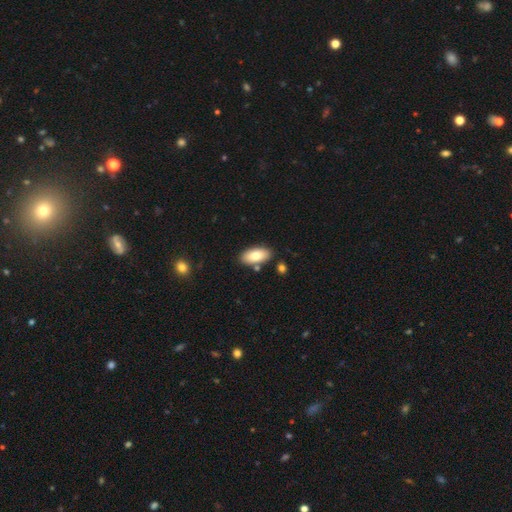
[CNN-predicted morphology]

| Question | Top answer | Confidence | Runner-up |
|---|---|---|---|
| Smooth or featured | smooth | 79% | featured or disk (14%) |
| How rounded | in between | 93% | cigar-shaped (5%) |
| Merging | none | 83% | minor disturbance (10%) |